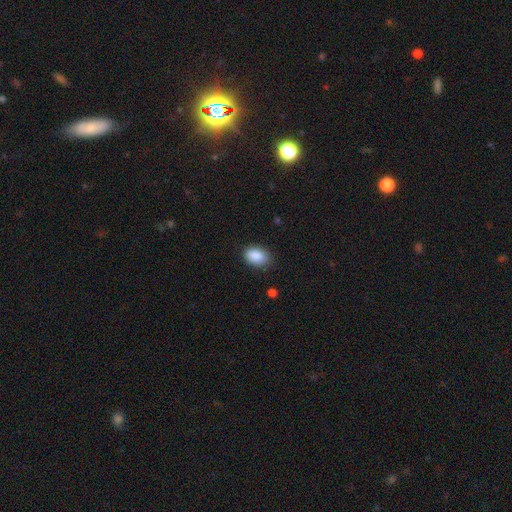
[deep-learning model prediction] The model was most divided on "merging": none: 81%, minor disturbance: 15%, major disturbance: 3%, merger: 1%. More confident: smooth or featured — smooth (89%); how rounded — in between (87%).